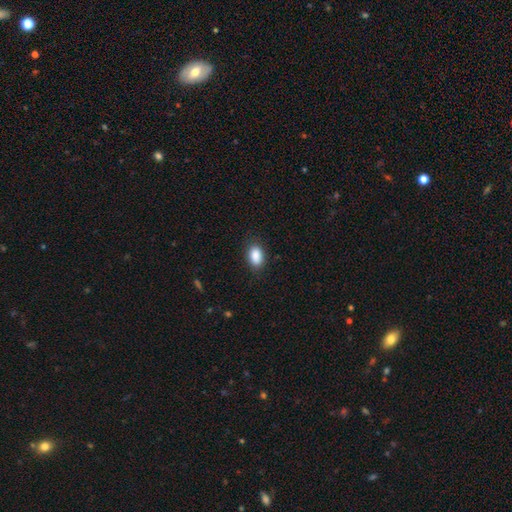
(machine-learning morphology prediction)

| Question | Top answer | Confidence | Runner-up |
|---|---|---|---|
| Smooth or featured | smooth | 88% | star or artifact (8%) |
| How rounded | in between | 89% | round (10%) |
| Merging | none | 83% | minor disturbance (13%) |